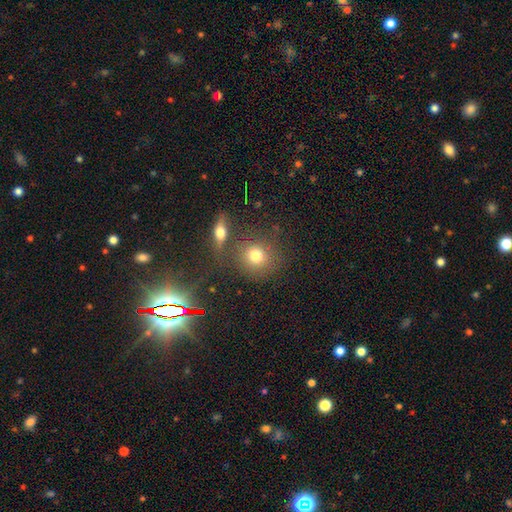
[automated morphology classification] This is likely a smooth galaxy (73%). How rounded: clearly round (82%). Merging: likely none (70%).